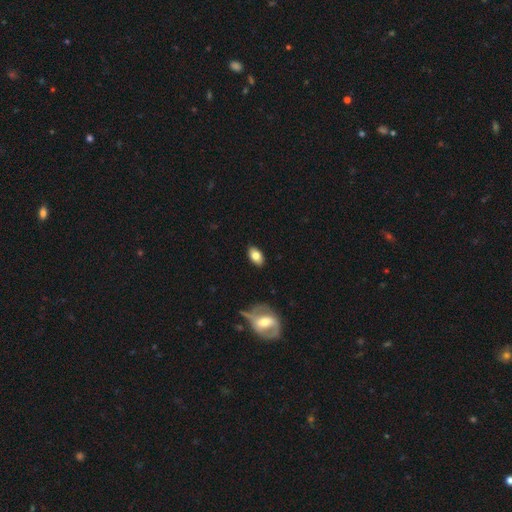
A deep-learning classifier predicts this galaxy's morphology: smooth 77%, featured or disk 16%, star or artifact 7%. Down the decision tree: how rounded — in between (92%); merging — none (86%).